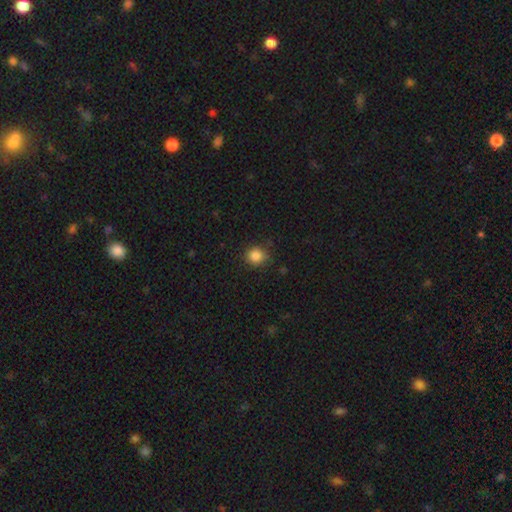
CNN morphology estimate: smooth 86%, star or artifact 11%, featured or disk 4%. Down the decision tree: how rounded — round (84%); merging — none (84%).